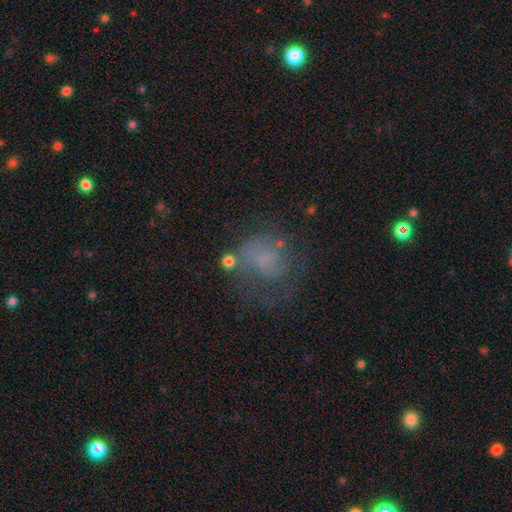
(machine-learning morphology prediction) Overall: smooth (41%; featured or disk 37%). Merging: none (48%; major disturbance 28%).